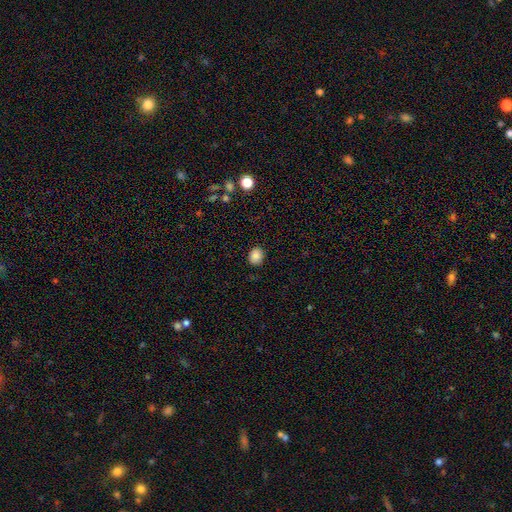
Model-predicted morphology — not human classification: Smooth or featured: smooth — 86% (star or artifact — 10%)
How rounded: round — 55% (in between — 44%)
Merging: none — 87% (minor disturbance — 10%)